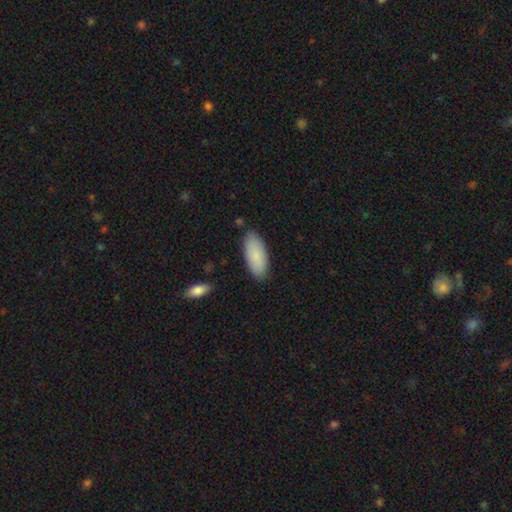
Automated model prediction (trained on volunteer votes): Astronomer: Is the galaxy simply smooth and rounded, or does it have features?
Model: smooth — 86%.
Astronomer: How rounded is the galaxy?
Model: in between — 87%.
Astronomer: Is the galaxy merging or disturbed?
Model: none — 84%.